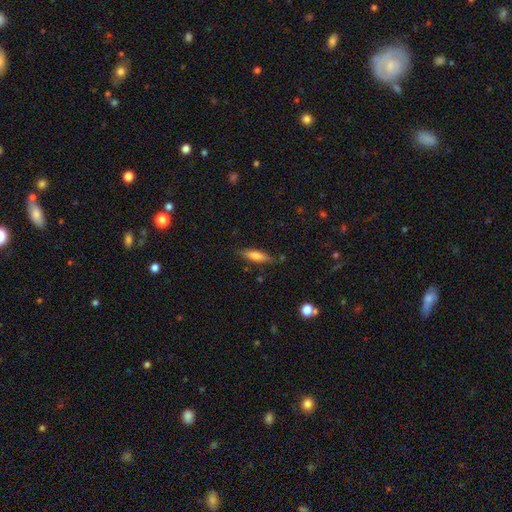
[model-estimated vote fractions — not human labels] The model was most divided on "how rounded": cigar-shaped: 64%, in between: 34%, round: 2%. More confident: merging — none (80%); smooth or featured — smooth (69%).